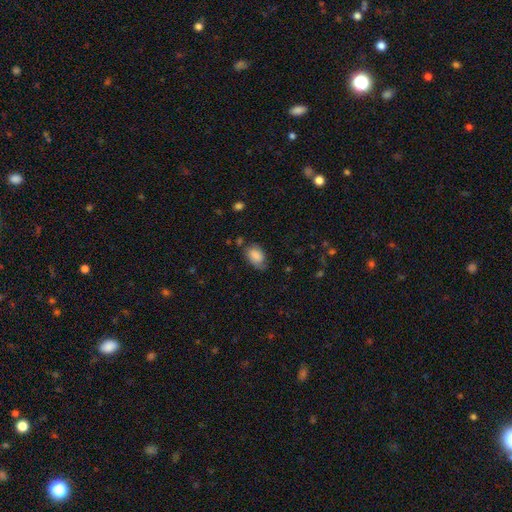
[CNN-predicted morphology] type=smooth (84%); roundness=in between (87%); merging=none (59%).